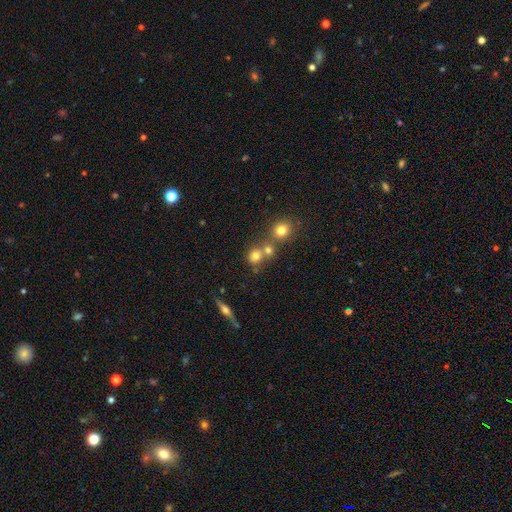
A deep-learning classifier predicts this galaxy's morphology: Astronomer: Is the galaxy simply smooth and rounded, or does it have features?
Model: smooth — 73%.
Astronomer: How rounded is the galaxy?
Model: round — 81%.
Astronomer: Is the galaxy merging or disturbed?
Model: none — 49% (runner-up: merger, 40%).